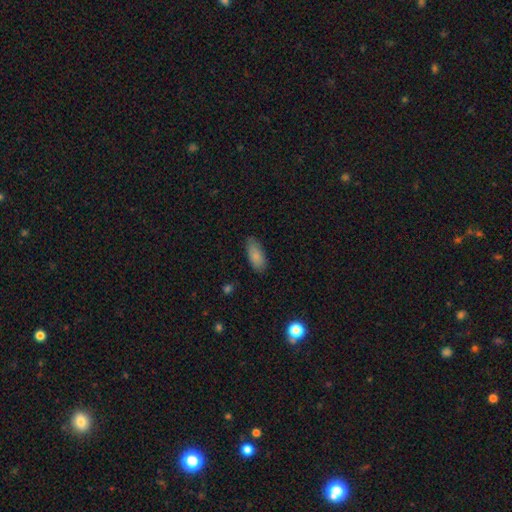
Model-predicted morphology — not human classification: type=smooth (84%); roundness=in between (86%); merging=none (81%).